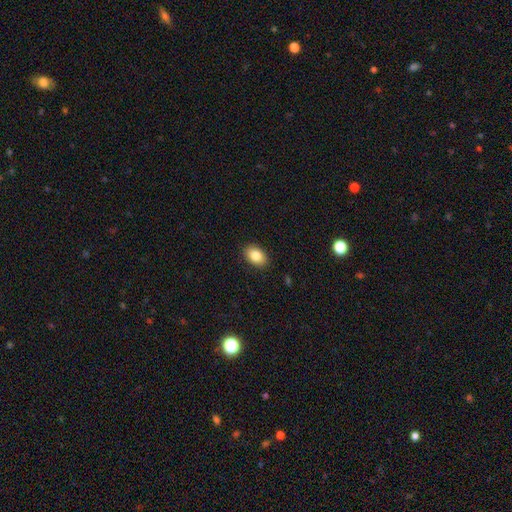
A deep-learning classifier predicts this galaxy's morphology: This is clearly a smooth galaxy (84%). How rounded: clearly in between (85%). Merging: clearly none (89%).